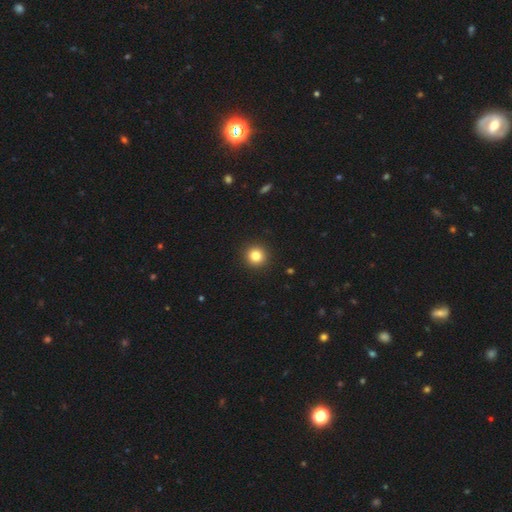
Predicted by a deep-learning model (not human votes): A smooth galaxy with no disk features (84%) that is round (94%). Merging: none (93%).